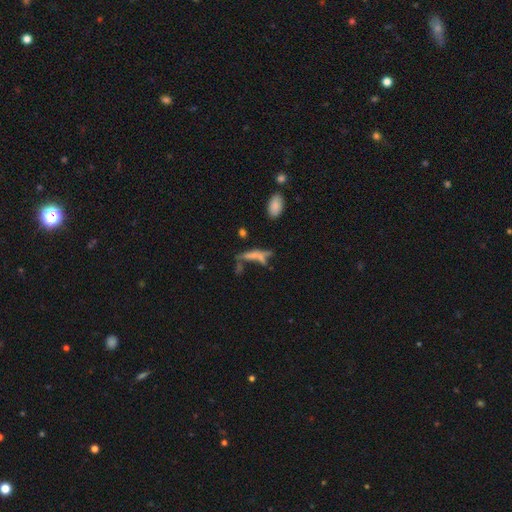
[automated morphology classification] smooth_or_featured: smooth (p=0.47) [alt: featured or disk p=0.39]
merging: none (p=0.40) [alt: merger p=0.27]